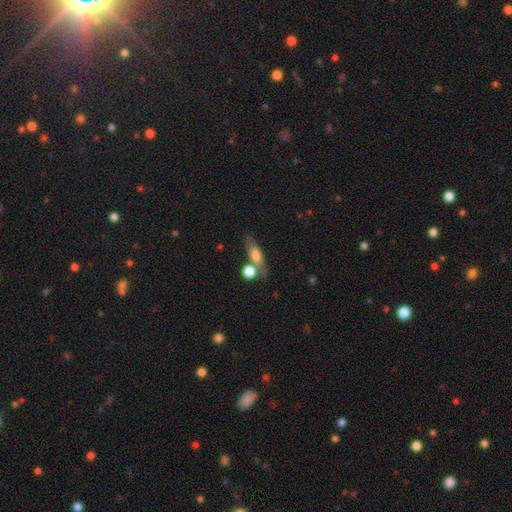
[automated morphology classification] A smooth galaxy with no disk features (65%) that is in between round and cigar-shaped (52%).

Vote fractions:
- Smooth or featured? smooth: 65% / featured or disk: 26% / star or artifact: 9%
- How rounded? in between: 52% / cigar-shaped: 34% / round: 14%
- Merging? none: 49% / merger: 28% / minor disturbance: 15% / major disturbance: 8%